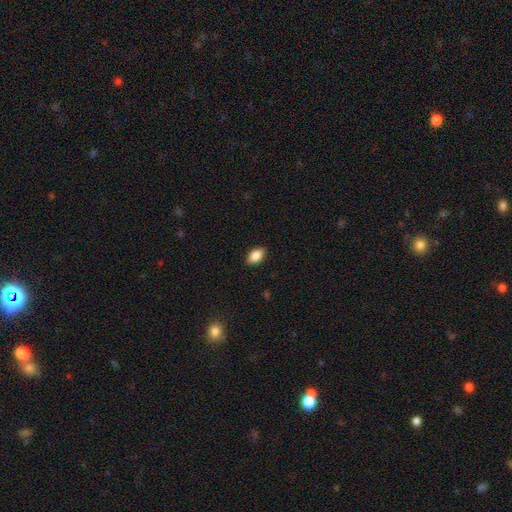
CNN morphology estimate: smooth_or_featured: smooth (p=0.84) [alt: featured or disk p=0.08]
how_rounded: in between (p=0.90) [alt: round p=0.06]
merging: none (p=0.87) [alt: minor disturbance p=0.10]